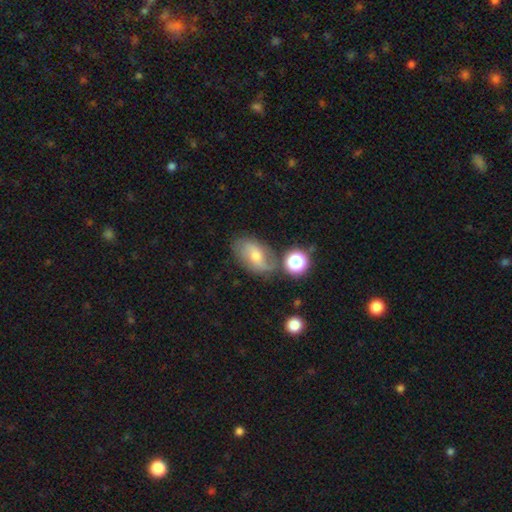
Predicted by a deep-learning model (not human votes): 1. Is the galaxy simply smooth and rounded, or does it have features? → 53% featured or disk, 36% smooth, 11% star or artifact.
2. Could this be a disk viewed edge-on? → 93% no, 7% yes.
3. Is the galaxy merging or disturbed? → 65% none, 20% minor disturbance, 8% merger, 7% major disturbance.